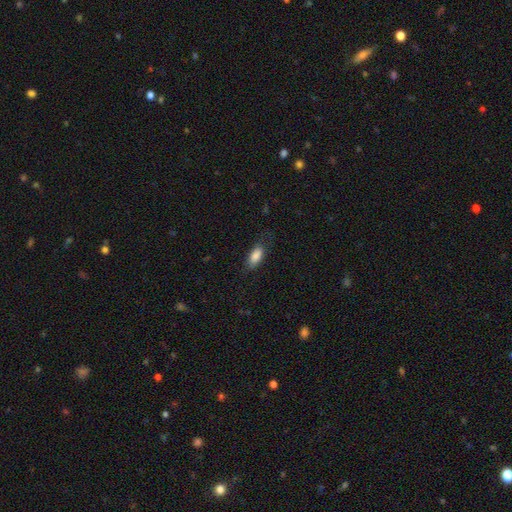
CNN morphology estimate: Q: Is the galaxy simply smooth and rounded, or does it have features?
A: smooth — 86%.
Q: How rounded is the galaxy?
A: in between — 85%.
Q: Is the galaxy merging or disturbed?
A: none — 72%.